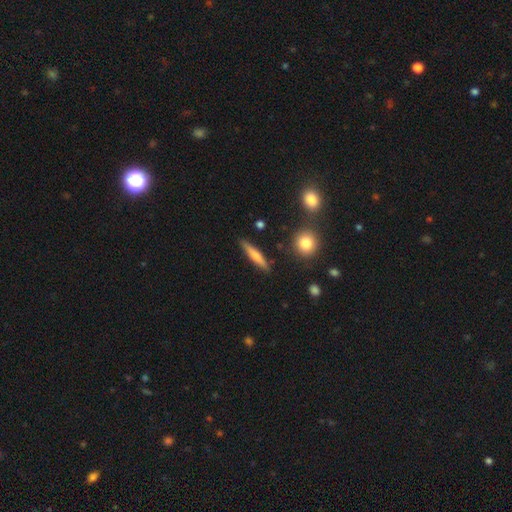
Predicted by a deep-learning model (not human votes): Smooth or featured: smooth — 57% (featured or disk — 36%)
How rounded: cigar-shaped — 87% (in between — 10%)
Merging: none — 87% (minor disturbance — 9%)